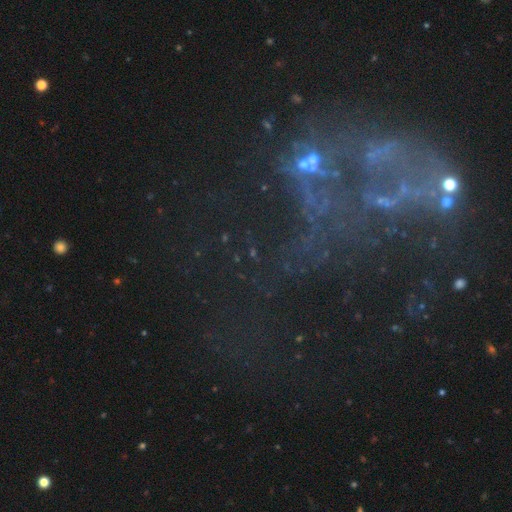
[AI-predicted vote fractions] The model was most divided on "smooth or featured": star or artifact: 44%, featured or disk: 42%, smooth: 15%.